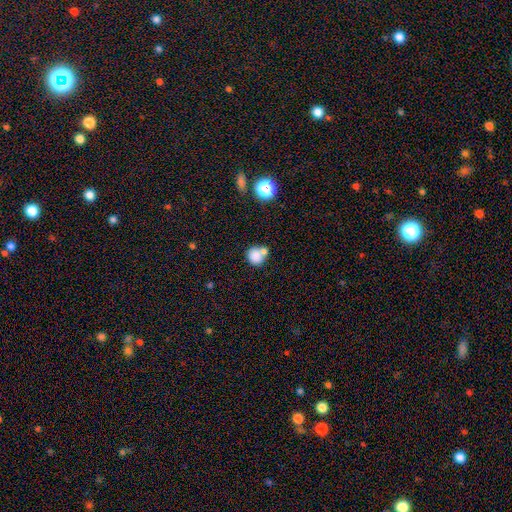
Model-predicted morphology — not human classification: Overall: smooth (81%). How rounded: round (84%). Merging: none (48%; merger 37%).